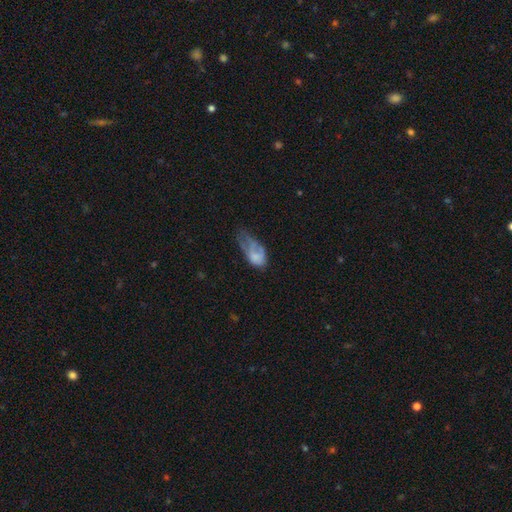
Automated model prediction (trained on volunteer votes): Smooth or featured: smooth — 63% (featured or disk — 29%)
How rounded: in between — 90% (round — 6%)
Merging: major disturbance — 44% (minor disturbance — 33%)